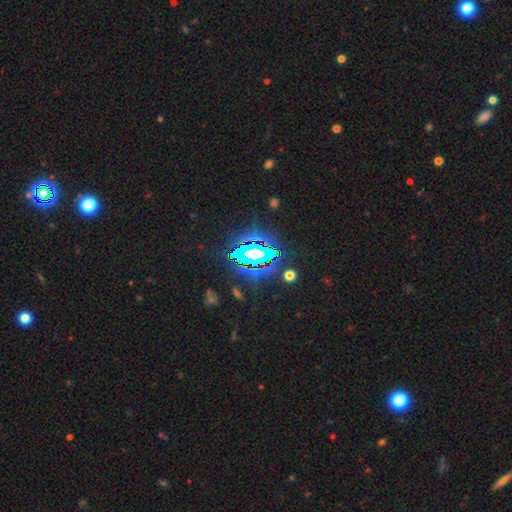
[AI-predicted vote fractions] The model was most divided on "smooth or featured": star or artifact: 71%, smooth: 15%, featured or disk: 14%.